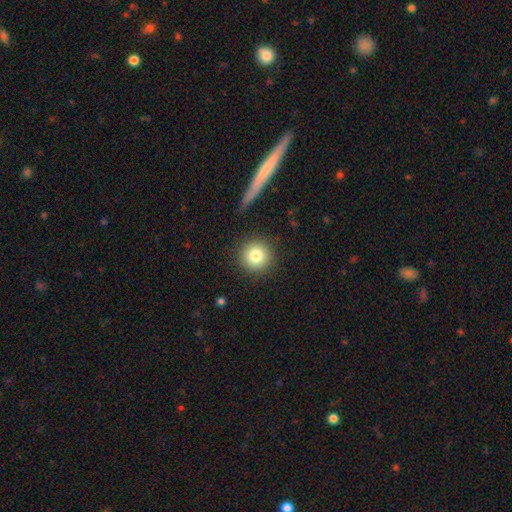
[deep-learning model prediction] Smooth or featured?
  - smooth: 81% *
  - star or artifact: 10%
  - featured or disk: 9%
How rounded?
  - round: 94% *
  - in between: 5%
  - cigar-shaped: 1%
Merging?
  - none: 89% *
  - minor disturbance: 7%
  - major disturbance: 3%
  - merger: 2%